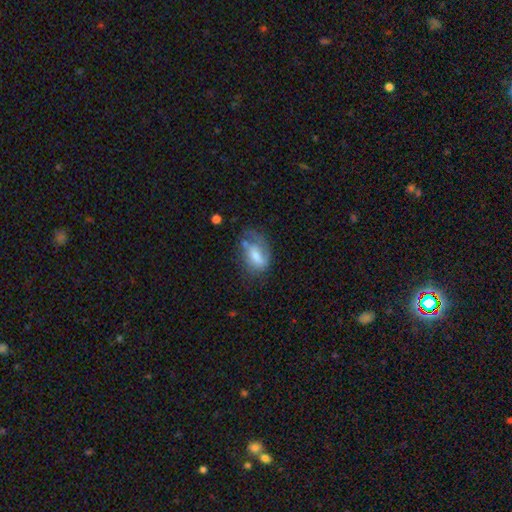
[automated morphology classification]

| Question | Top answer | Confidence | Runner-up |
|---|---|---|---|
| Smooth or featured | smooth | 50% | featured or disk (42%) |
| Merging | none | 36% | minor disturbance (29%) |